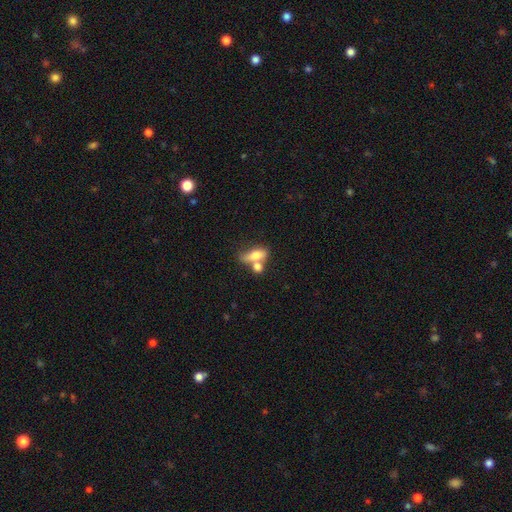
Morphology: type=smooth (78%); roundness=in between (76%); merging=merger (42%).